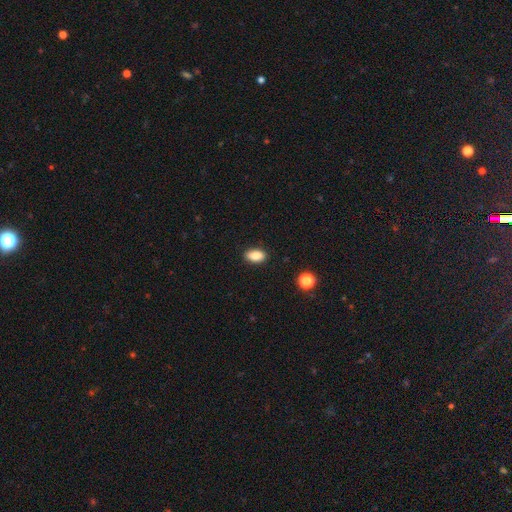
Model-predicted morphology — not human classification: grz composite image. It shows a smooth galaxy with no disk features (87%) that is in between round and cigar-shaped (90%). Merging: none (89%).